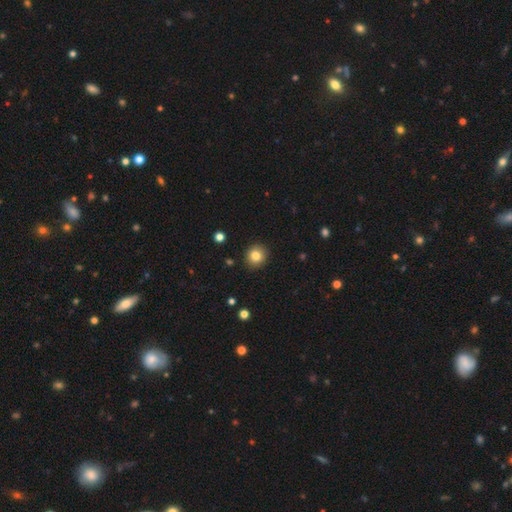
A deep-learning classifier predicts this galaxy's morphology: A smooth galaxy with no disk features (82%) that is round (89%). Merging: none (92%).